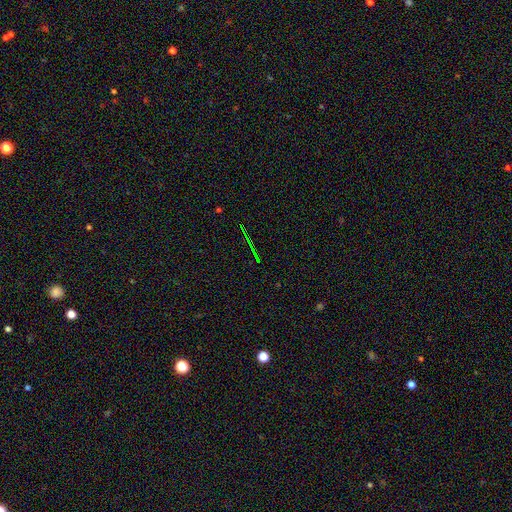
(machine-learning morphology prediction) Smooth or featured?
  - star or artifact: 77% *
  - featured or disk: 12%
  - smooth: 10%